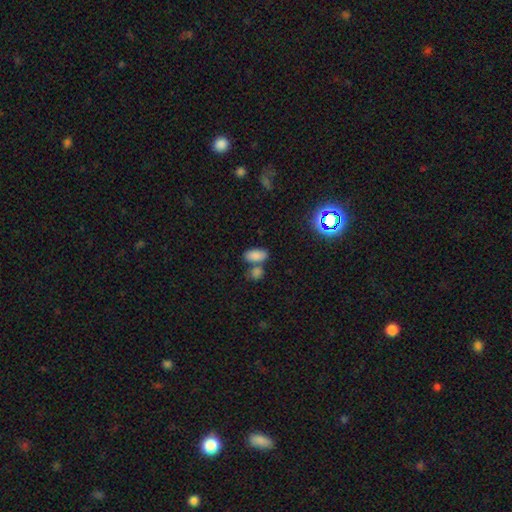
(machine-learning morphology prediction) This is clearly a smooth galaxy (83%). How rounded: clearly in between (92%). Merging: possibly none (53%).